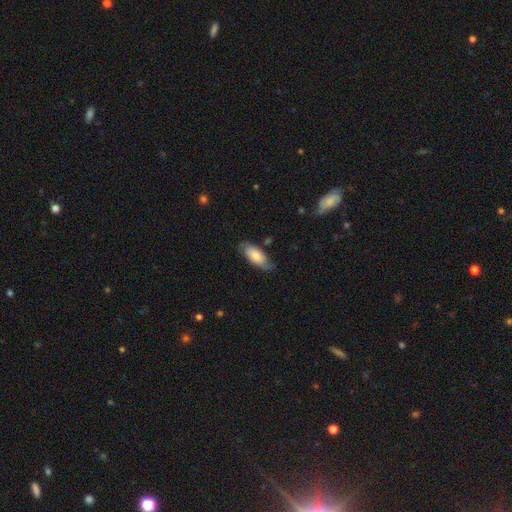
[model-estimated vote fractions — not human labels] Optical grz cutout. It shows a smooth galaxy with no disk features (56%) that is in between round and cigar-shaped (84%). Merging: none (70%).